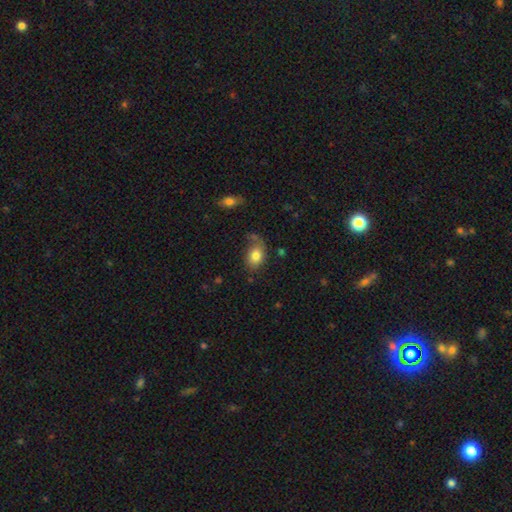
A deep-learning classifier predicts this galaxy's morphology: Smooth or featured: smooth — 80% (featured or disk — 11%)
How rounded: in between — 77% (round — 22%)
Merging: none — 58% (minor disturbance — 24%)